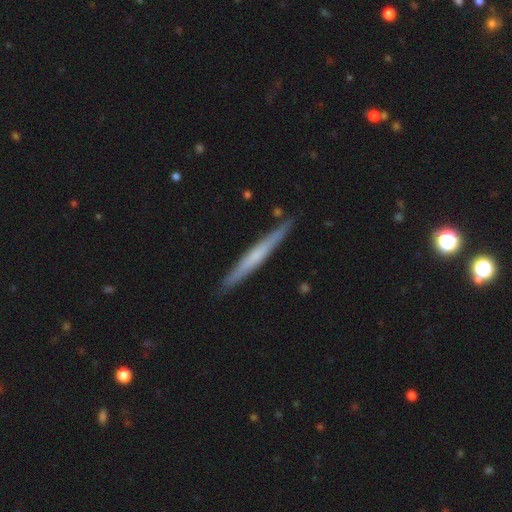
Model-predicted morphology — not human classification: Smooth or featured? Predicted: featured or disk (p=0.52). Edge-on disk? Predicted: yes (p=0.96). Edge-on bulge? Predicted: none (p=0.67). Merging? Predicted: none (p=0.89).